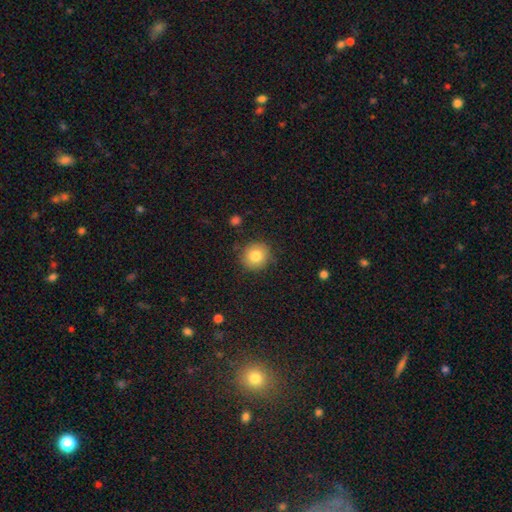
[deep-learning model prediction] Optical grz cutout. It shows a smooth galaxy with no disk features (81%) that is round (90%). Merging: none (87%).